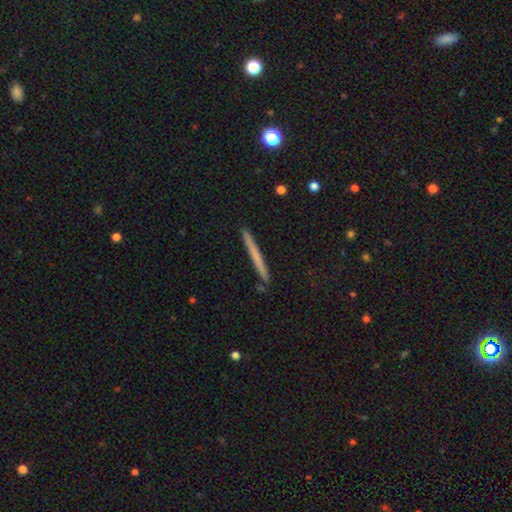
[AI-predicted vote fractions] This appears to be a smooth galaxy with no disk features (60%) that is cigar-shaped (97%). Merging: none (91%).